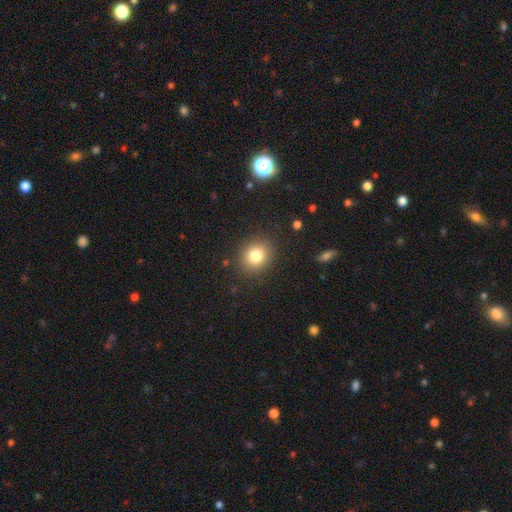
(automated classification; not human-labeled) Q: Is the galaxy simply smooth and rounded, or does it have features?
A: smooth — 81%.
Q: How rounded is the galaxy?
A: round — 72%.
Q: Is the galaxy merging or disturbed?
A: none — 88%.